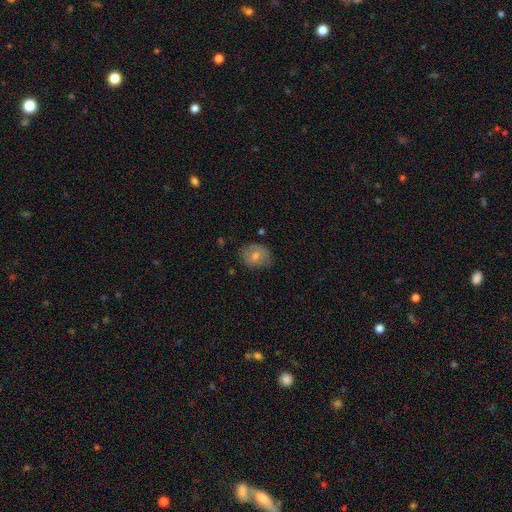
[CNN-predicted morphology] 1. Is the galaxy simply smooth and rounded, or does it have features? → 68% smooth, 23% featured or disk, 8% star or artifact.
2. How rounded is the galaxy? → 52% round, 47% in between, 1% cigar-shaped.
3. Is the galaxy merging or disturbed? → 68% none, 24% minor disturbance, 6% major disturbance, 2% merger.